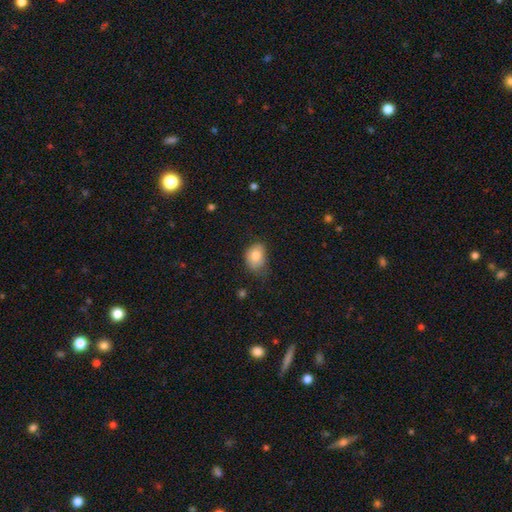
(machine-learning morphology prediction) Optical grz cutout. It shows a smooth galaxy with no disk features (78%) that is in between round and cigar-shaped (66%). Merging: none (47%).